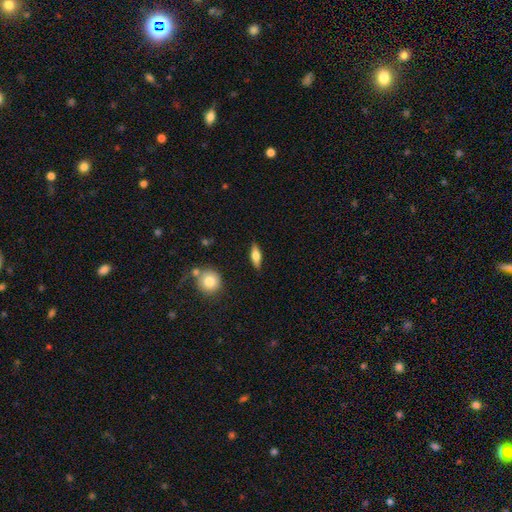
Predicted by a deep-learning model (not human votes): This is possibly a smooth galaxy (59%). How rounded: possibly in between (58%). Merging: clearly none (86%).